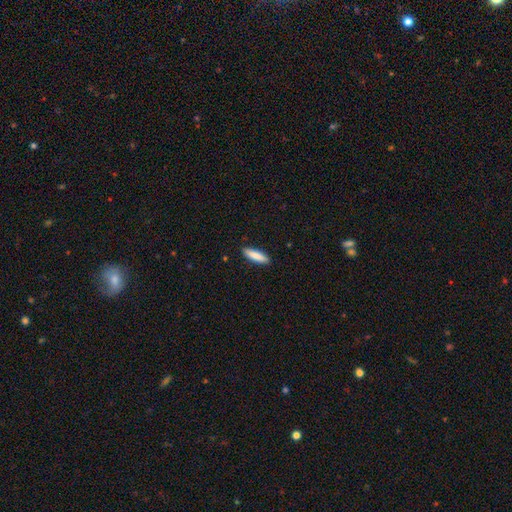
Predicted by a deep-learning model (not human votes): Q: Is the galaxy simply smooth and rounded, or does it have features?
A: smooth — 86%.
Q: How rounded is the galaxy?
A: cigar-shaped — 62%.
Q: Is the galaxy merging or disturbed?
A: none — 90%.